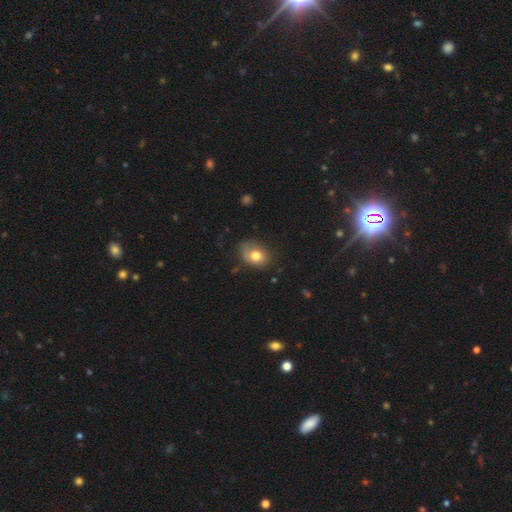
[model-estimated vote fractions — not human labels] A smooth galaxy with no disk features (73%) that is in between round and cigar-shaped (64%).

Vote fractions:
- Smooth or featured? smooth: 73% / featured or disk: 18% / star or artifact: 9%
- How rounded? in between: 64% / round: 34% / cigar-shaped: 1%
- Merging? none: 53% / minor disturbance: 31% / major disturbance: 13% / merger: 2%